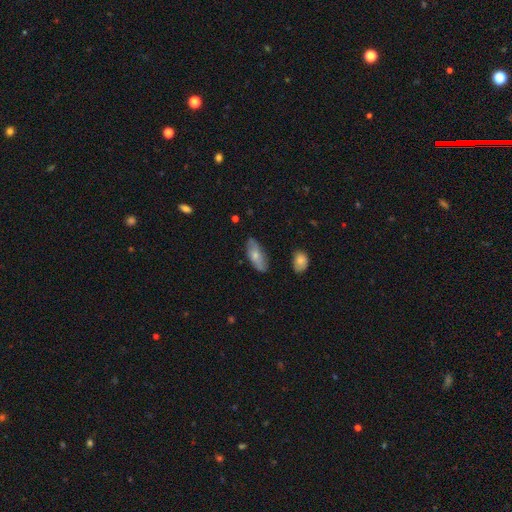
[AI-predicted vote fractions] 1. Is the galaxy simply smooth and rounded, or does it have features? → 63% smooth, 31% featured or disk, 6% star or artifact.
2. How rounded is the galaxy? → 81% in between, 16% cigar-shaped, 3% round.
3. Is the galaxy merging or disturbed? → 74% none, 20% minor disturbance, 4% major disturbance, 2% merger.